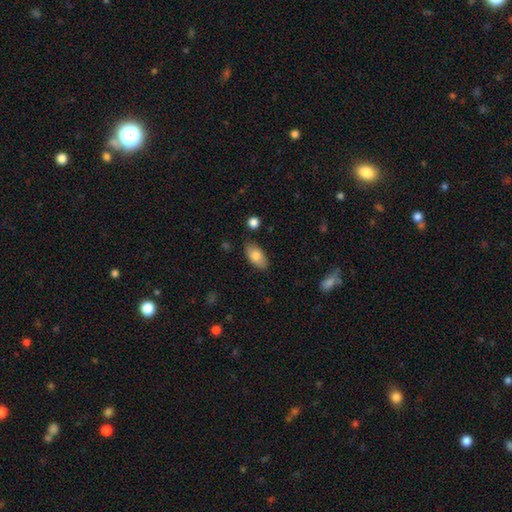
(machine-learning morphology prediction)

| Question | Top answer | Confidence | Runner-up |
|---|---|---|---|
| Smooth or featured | smooth | 80% | featured or disk (13%) |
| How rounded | in between | 92% | cigar-shaped (5%) |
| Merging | none | 83% | minor disturbance (12%) |